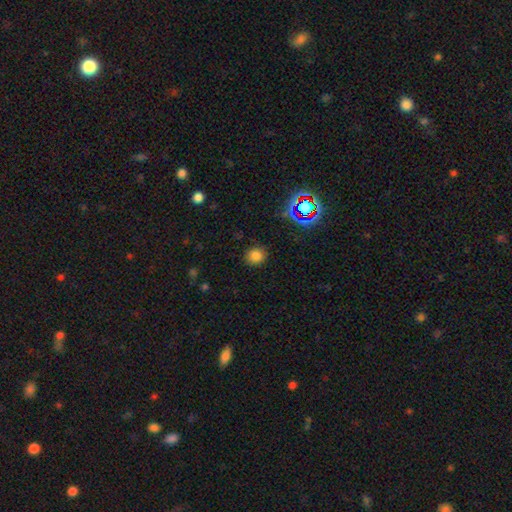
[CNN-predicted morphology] smooth 78%, star or artifact 17%, featured or disk 5%. Down the decision tree: how rounded — round (86%); merging — none (87%).